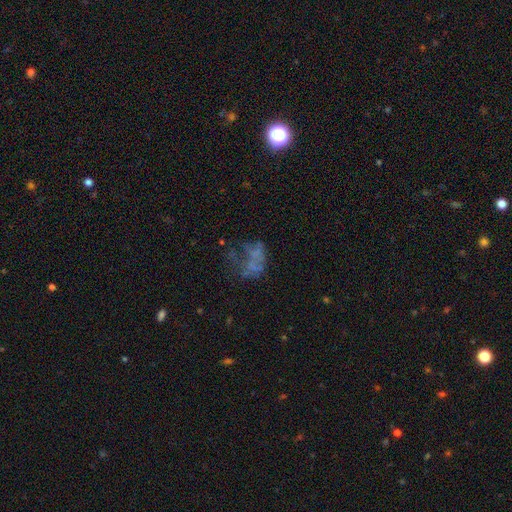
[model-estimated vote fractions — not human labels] Smooth or featured: featured or disk — 50% (smooth — 29%)
Merging: major disturbance — 36% (none — 35%)